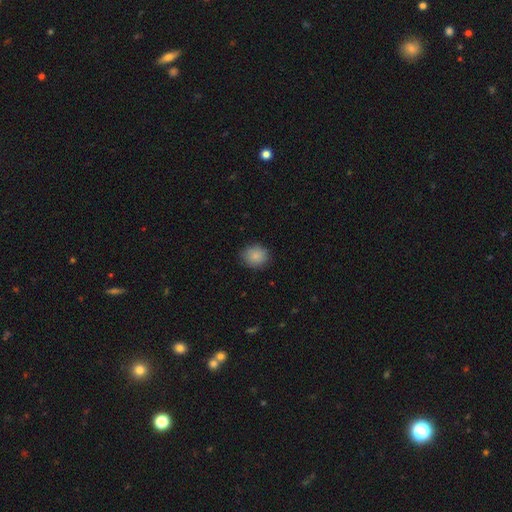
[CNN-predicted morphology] smooth_or_featured: smooth (p=0.86) [alt: star or artifact p=0.09]
how_rounded: round (p=0.73) [alt: in between p=0.26]
merging: none (p=0.87) [alt: minor disturbance p=0.10]